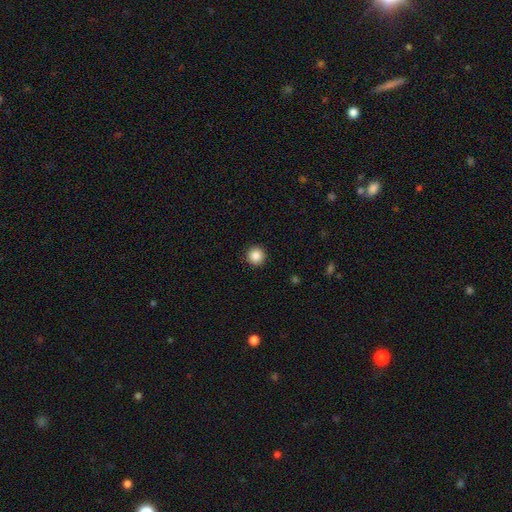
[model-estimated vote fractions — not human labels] Smooth or featured? smooth (86%)
How rounded? round (96%)
Merging? none (93%)